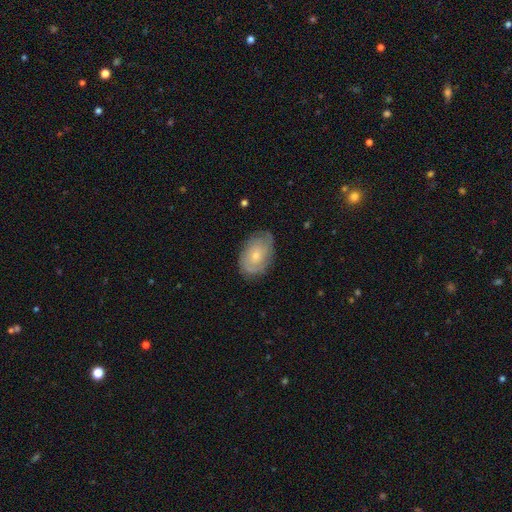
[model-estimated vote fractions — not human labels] A featured or disk galaxy (65%) with no bar (79%), tight (66%) spiral arms (84%) and a small central bulge (64%). Merging: none (75%).